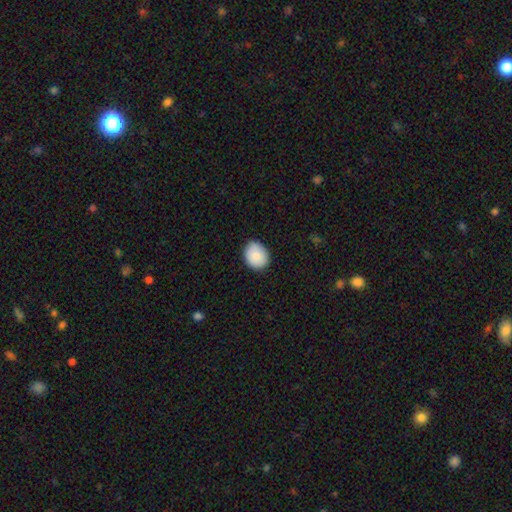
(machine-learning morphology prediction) smooth 88%, star or artifact 7%, featured or disk 5%. Down the decision tree: how rounded — round (56%); merging — none (85%).